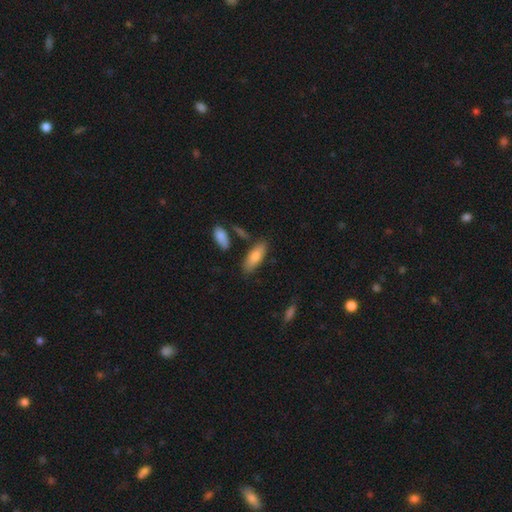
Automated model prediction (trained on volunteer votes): Overall: smooth (81%). How rounded: in between (73%). Merging: none (77%).